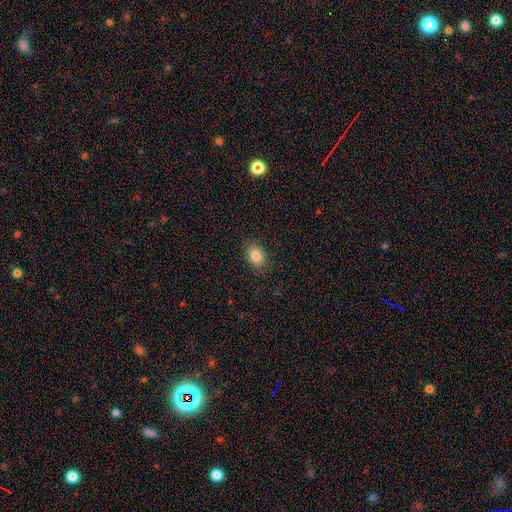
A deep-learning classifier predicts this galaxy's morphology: This is clearly a smooth galaxy (85%). How rounded: likely in between (75%). Merging: clearly none (84%).